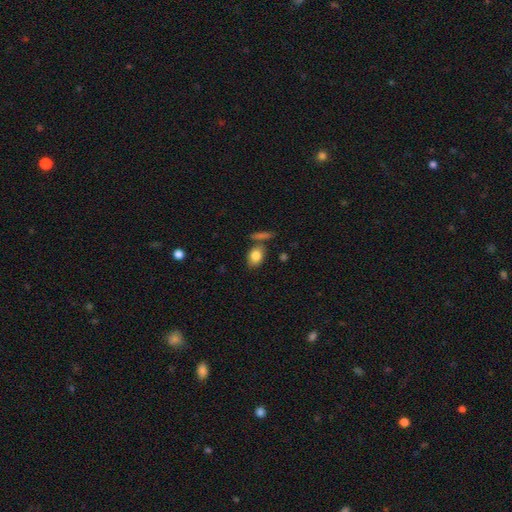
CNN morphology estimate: Q: Smooth or featured?
A: smooth (83%); runner-up: featured or disk (10%)
Q: How rounded?
A: in between (71%); runner-up: round (26%)
Q: Merging?
A: none (66%); runner-up: minor disturbance (15%)